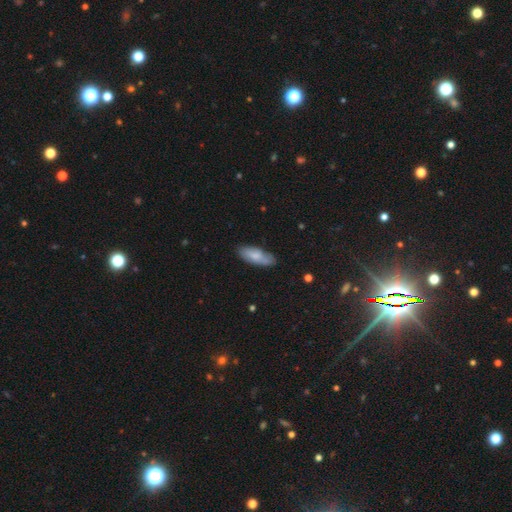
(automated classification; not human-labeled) smooth_or_featured: smooth (p=0.74) [alt: featured or disk p=0.20]
how_rounded: in between (p=0.74) [alt: cigar-shaped p=0.24]
merging: none (p=0.74) [alt: minor disturbance p=0.20]